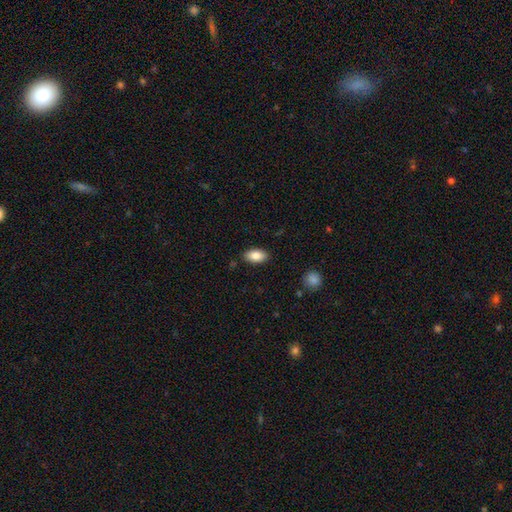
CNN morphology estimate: Smooth or featured? Predicted: smooth (p=0.86). How rounded? Predicted: in between (p=0.93). Merging? Predicted: none (p=0.87).